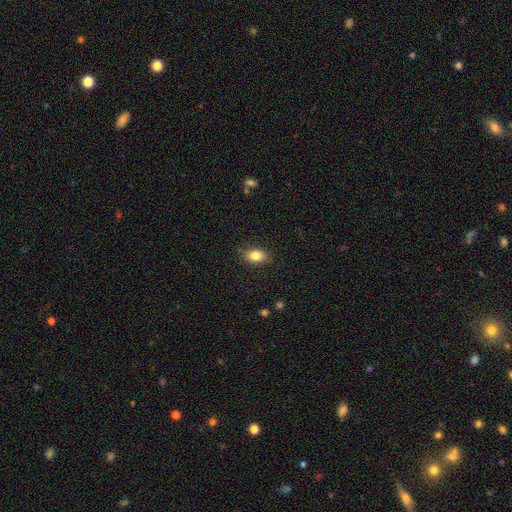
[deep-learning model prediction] Morphology: type=smooth (83%); roundness=in between (84%); merging=none (87%).